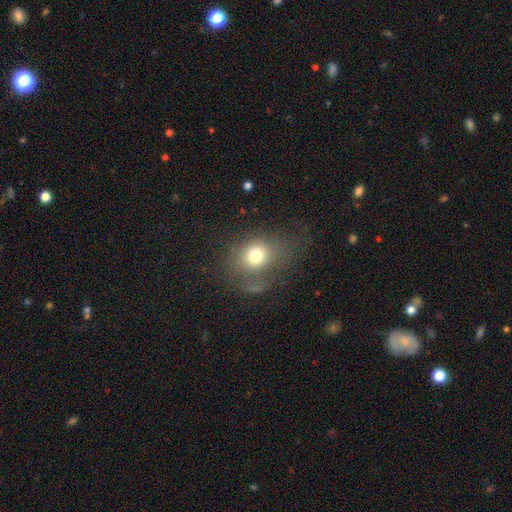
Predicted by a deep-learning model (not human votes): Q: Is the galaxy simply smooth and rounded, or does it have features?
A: smooth — 71%.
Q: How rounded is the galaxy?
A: round — 60%.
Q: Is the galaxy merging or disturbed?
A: none — 46%.